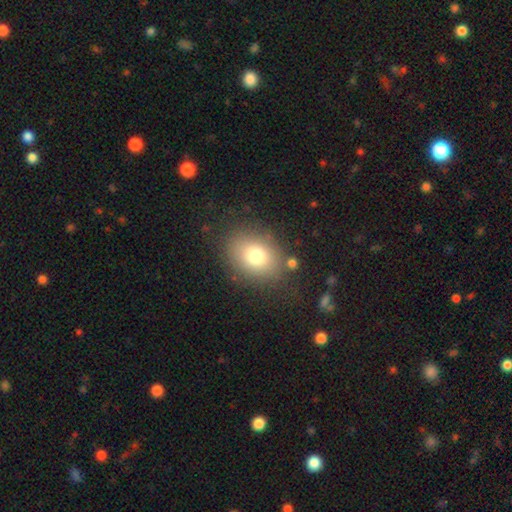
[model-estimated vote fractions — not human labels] The model was most divided on "how rounded": in between: 58%, round: 41%, cigar-shaped: 1%. More confident: merging — none (79%); smooth or featured — smooth (76%).